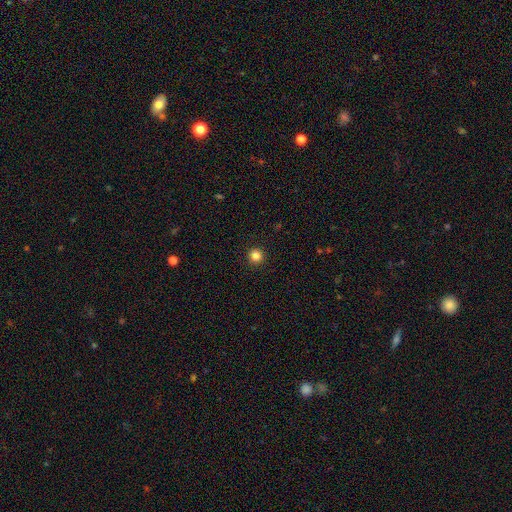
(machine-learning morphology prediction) Smooth or featured?
  - smooth: 84% *
  - star or artifact: 12%
  - featured or disk: 4%
How rounded?
  - round: 96% *
  - in between: 3%
  - cigar-shaped: 1%
Merging?
  - none: 94% *
  - minor disturbance: 4%
  - major disturbance: 2%
  - merger: 1%